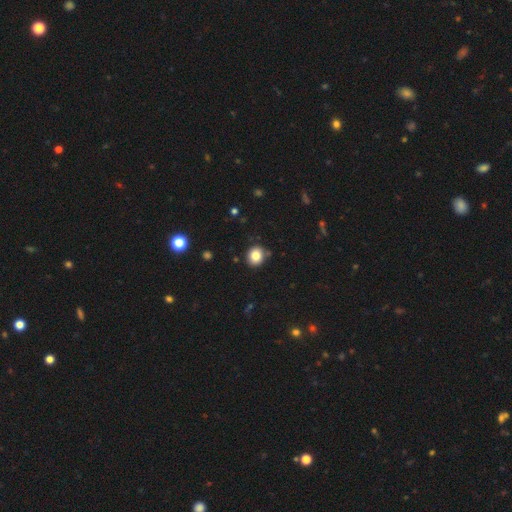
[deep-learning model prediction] Q: Smooth or featured?
A: smooth (83%); runner-up: star or artifact (11%)
Q: How rounded?
A: round (76%); runner-up: in between (23%)
Q: Merging?
A: none (84%); runner-up: minor disturbance (10%)